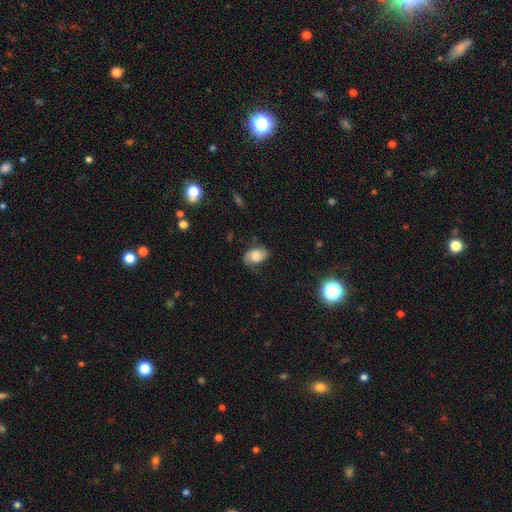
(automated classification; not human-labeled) Morphology: type=smooth (52%); roundness=in between (80%); merging=none (64%).